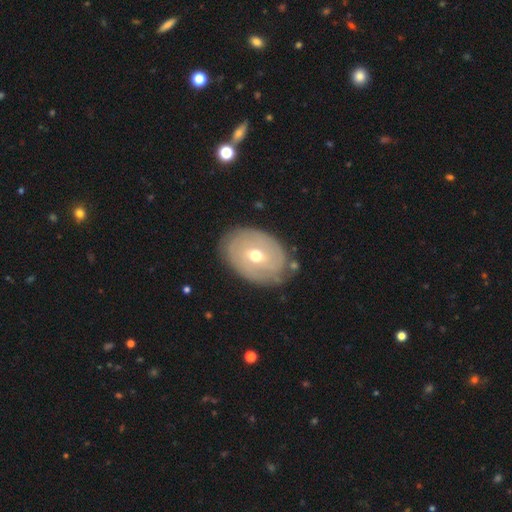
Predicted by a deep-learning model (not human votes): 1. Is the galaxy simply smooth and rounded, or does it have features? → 68% featured or disk, 26% smooth, 6% star or artifact.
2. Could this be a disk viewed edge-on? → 95% no, 5% yes.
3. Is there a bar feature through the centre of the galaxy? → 53% no, 37% weak, 10% strong.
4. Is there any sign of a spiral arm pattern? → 66% yes, 34% no.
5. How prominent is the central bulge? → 70% moderate, 26% small, 3% large, 1% dominant, 1% none.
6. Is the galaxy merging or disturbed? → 77% none, 16% minor disturbance, 4% major disturbance, 3% merger.